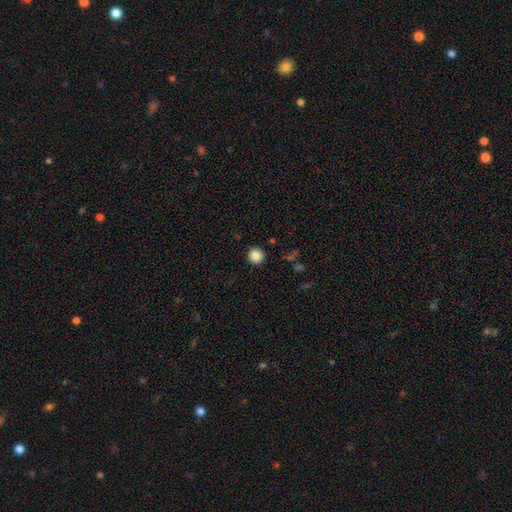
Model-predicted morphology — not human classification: Smooth or featured? Predicted: smooth (p=0.87). How rounded? Predicted: round (p=0.95). Merging? Predicted: none (p=0.92).